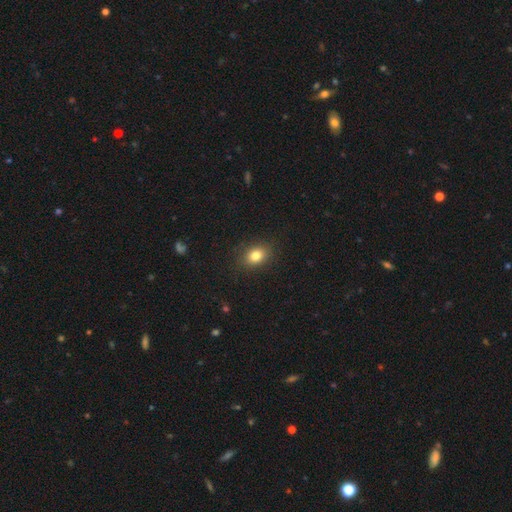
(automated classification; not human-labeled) Morphology: type=smooth (82%); roundness=in between (65%); merging=none (87%).